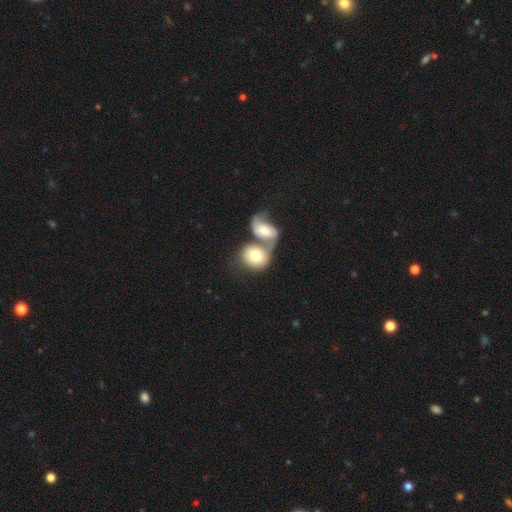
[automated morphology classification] A smooth galaxy with no disk features (55%) that is round (60%). Merging: merger (70%).